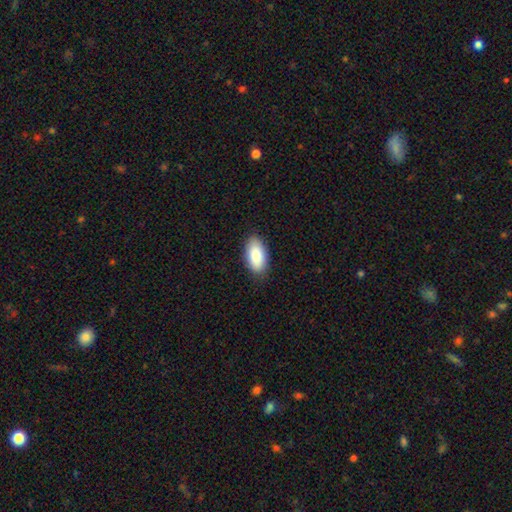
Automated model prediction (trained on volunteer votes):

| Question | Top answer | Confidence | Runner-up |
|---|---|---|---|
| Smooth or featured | smooth | 86% | featured or disk (9%) |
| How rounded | in between | 94% | cigar-shaped (3%) |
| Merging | none | 87% | minor disturbance (10%) |